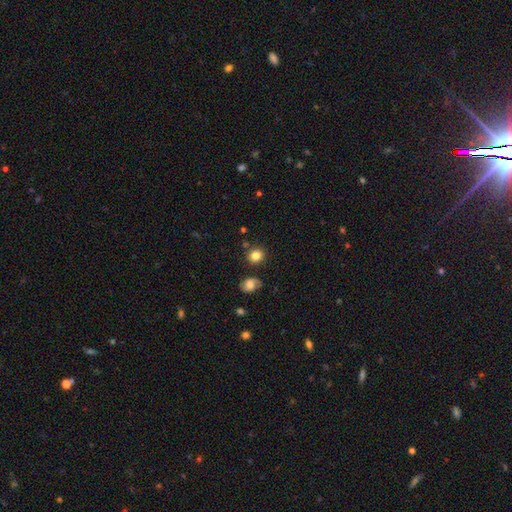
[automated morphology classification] A smooth galaxy with no disk features (82%) that is round (81%). Merging: none (81%).